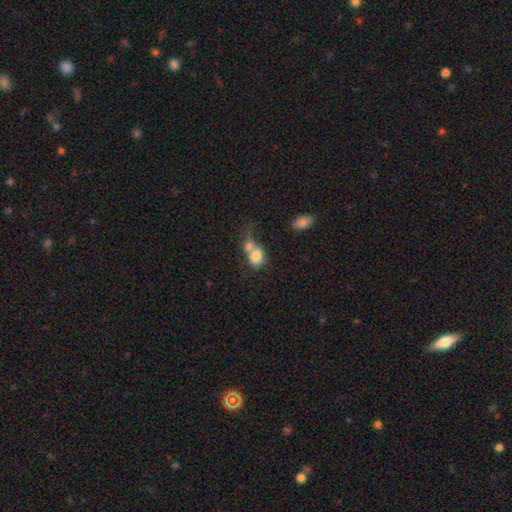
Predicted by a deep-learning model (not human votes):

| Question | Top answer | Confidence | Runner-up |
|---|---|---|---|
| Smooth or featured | smooth | 75% | featured or disk (15%) |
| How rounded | round | 50% | in between (49%) |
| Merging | merger | 63% | none (19%) |